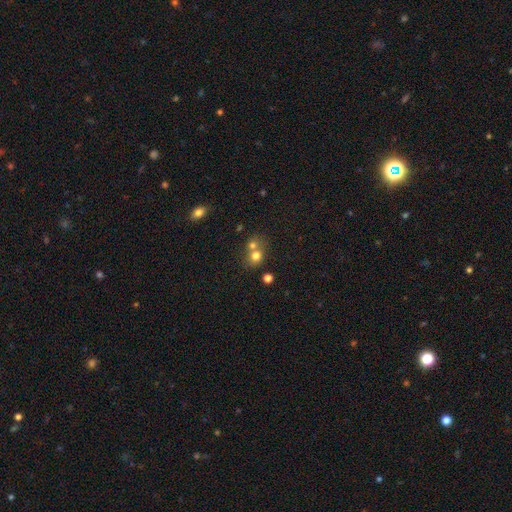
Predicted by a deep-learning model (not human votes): smooth-or-featured: smooth: 73% | star or artifact: 14% | featured or disk: 13%
  how-rounded: round: 73% | in between: 26% | cigar-shaped: 1%
  merging: merger: 56% | none: 35% | minor disturbance: 7% | major disturbance: 3%